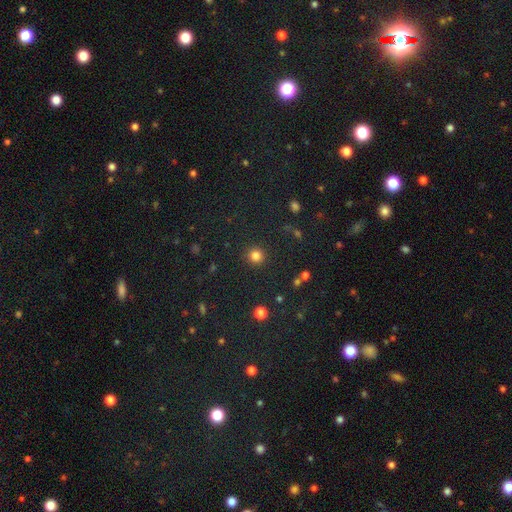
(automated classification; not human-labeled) A smooth galaxy with no disk features (82%) that is round (93%). Merging: none (90%).